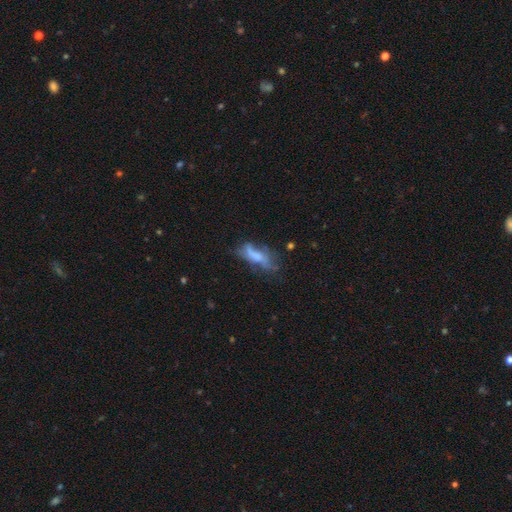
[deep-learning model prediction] A smooth galaxy with no disk features (47%). Merging: none (35%).